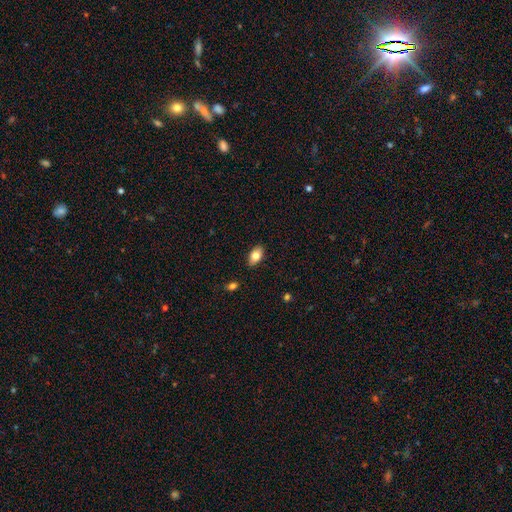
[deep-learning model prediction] Smooth or featured?
  - smooth: 78% *
  - featured or disk: 14%
  - star or artifact: 7%
How rounded?
  - in between: 91% *
  - round: 5%
  - cigar-shaped: 4%
Merging?
  - none: 88% *
  - minor disturbance: 9%
  - major disturbance: 2%
  - merger: 1%